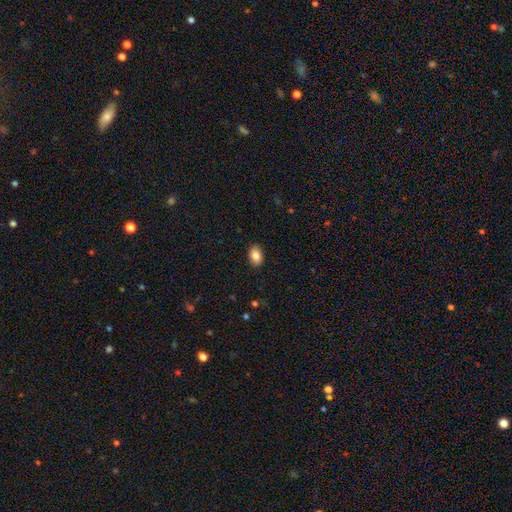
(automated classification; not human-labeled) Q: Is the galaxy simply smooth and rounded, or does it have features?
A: smooth — 86%.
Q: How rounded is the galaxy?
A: in between — 88%.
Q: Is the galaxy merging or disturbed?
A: none — 89%.